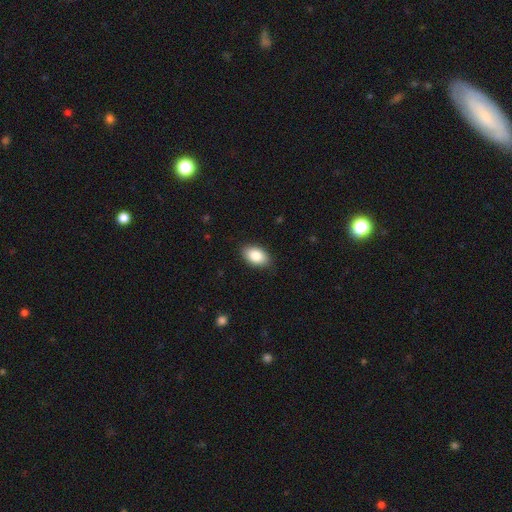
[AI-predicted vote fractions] This is clearly a smooth galaxy (86%). How rounded: clearly in between (91%). Merging: clearly none (86%).